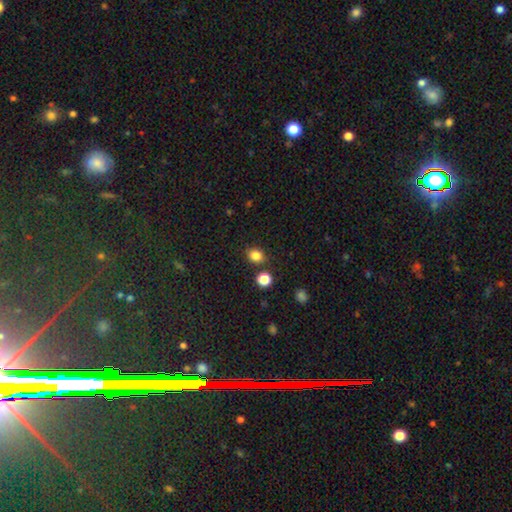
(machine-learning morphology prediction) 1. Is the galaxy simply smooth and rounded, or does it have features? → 83% smooth, 13% star or artifact, 4% featured or disk.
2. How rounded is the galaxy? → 57% round, 42% in between, 1% cigar-shaped.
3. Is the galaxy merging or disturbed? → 80% none, 11% minor disturbance, 6% merger, 3% major disturbance.